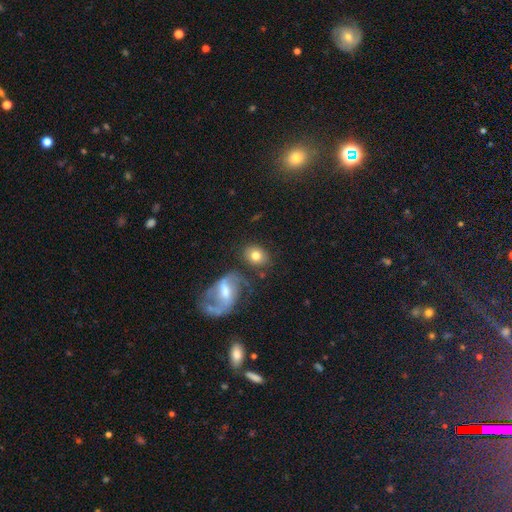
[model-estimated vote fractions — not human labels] smooth_or_featured: smooth (p=0.73) [alt: featured or disk p=0.19]
how_rounded: in between (p=0.56) [alt: round p=0.43]
merging: none (p=0.70) [alt: minor disturbance p=0.13]